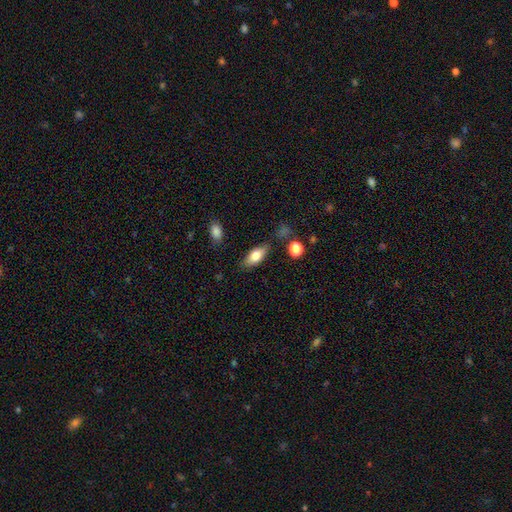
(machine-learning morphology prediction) A smooth galaxy with no disk features (77%) that is in between round and cigar-shaped (84%).

Vote fractions:
- Smooth or featured? smooth: 77% / featured or disk: 16% / star or artifact: 7%
- How rounded? in between: 84% / cigar-shaped: 13% / round: 4%
- Merging? none: 77% / minor disturbance: 16% / major disturbance: 4% / merger: 3%